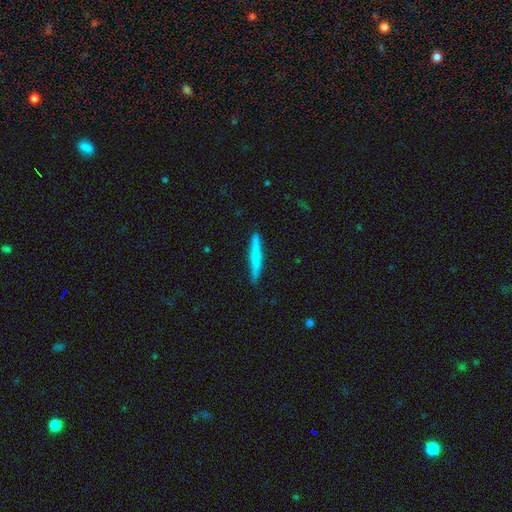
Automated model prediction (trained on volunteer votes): This appears to be a smooth galaxy with no disk features (70%) that is cigar-shaped (96%). Merging: none (89%).